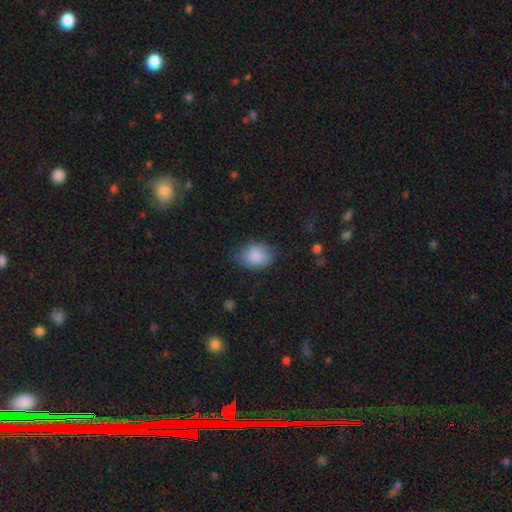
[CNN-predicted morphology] A smooth galaxy with no disk features (86%) that is in between round and cigar-shaped (71%).

Vote fractions:
- Smooth or featured? smooth: 86% / featured or disk: 7% / star or artifact: 7%
- How rounded? in between: 71% / round: 27% / cigar-shaped: 1%
- Merging? none: 62% / minor disturbance: 29% / major disturbance: 7% / merger: 1%